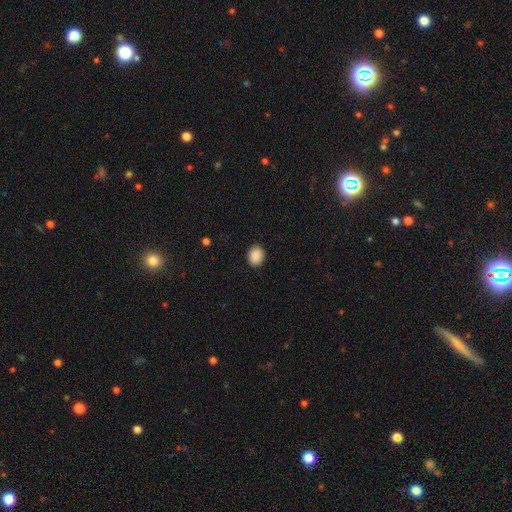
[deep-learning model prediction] Smooth or featured: smooth — 90% (star or artifact — 8%)
How rounded: round — 50% (in between — 49%)
Merging: none — 90% (minor disturbance — 7%)